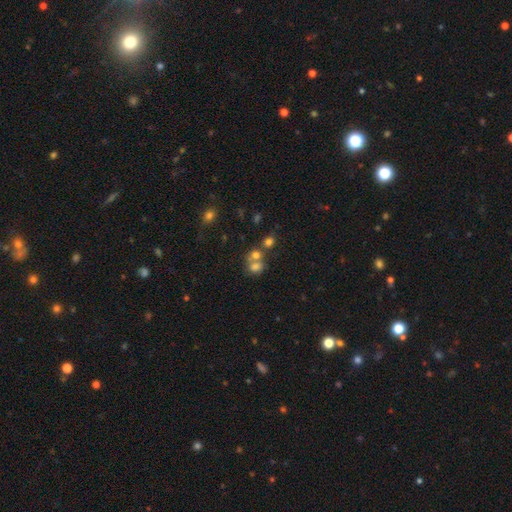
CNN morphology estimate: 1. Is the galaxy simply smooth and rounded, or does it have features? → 68% smooth, 16% star or artifact, 16% featured or disk.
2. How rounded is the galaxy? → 67% round, 32% in between, 1% cigar-shaped.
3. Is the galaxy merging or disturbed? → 52% merger, 35% none, 8% minor disturbance, 5% major disturbance.